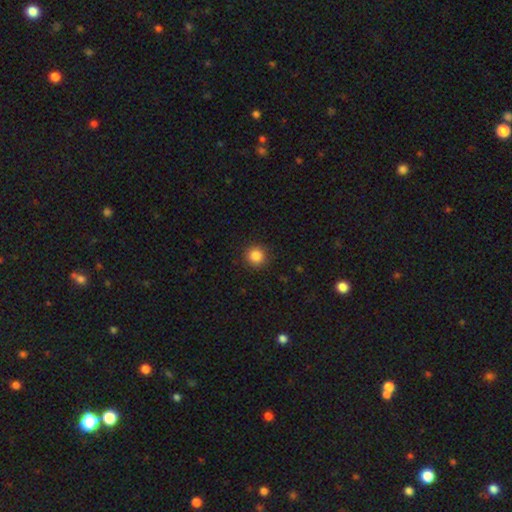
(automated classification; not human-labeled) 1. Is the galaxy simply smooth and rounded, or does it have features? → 86% smooth, 11% star or artifact, 4% featured or disk.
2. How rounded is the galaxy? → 95% round, 4% in between, 1% cigar-shaped.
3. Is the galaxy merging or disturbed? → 91% none, 6% minor disturbance, 2% major disturbance, 1% merger.